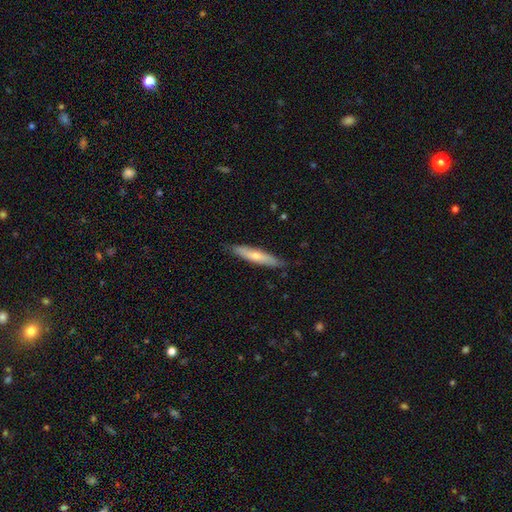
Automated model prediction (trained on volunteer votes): This is likely a smooth galaxy (61%). How rounded: clearly cigar-shaped (87%). Merging: clearly none (84%).